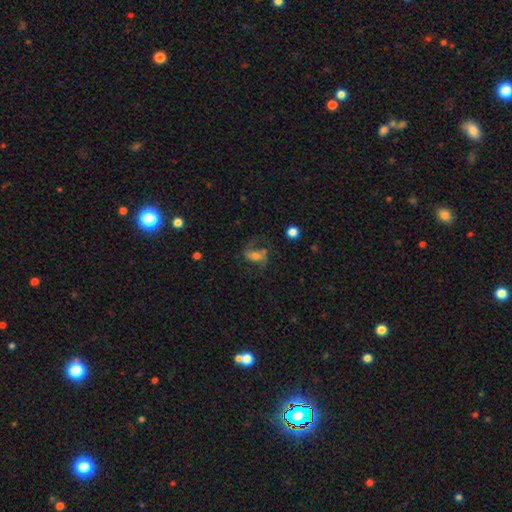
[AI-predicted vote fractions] Smooth or featured? featured or disk (64%)
Edge-on disk? no (95%)
Bar? weak (36%)
Spiral arms? yes (86%)
Spiral winding? loose (51%)
Spiral arm count? 2 (82%)
Bulge size? moderate (51%)
Merging? none (53%)